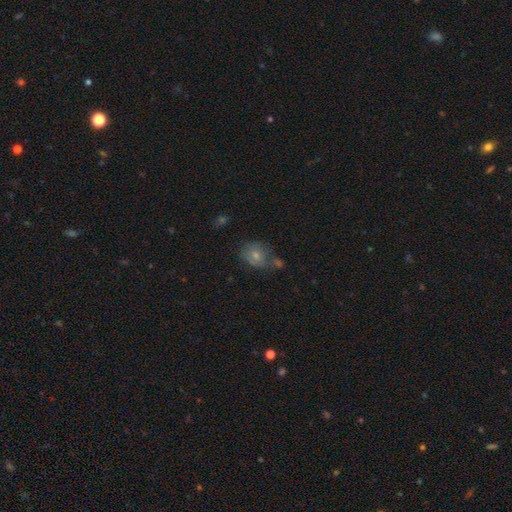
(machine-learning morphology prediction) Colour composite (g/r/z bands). It shows a smooth galaxy with no disk features (66%) that is round (53%). Merging: none (44%).